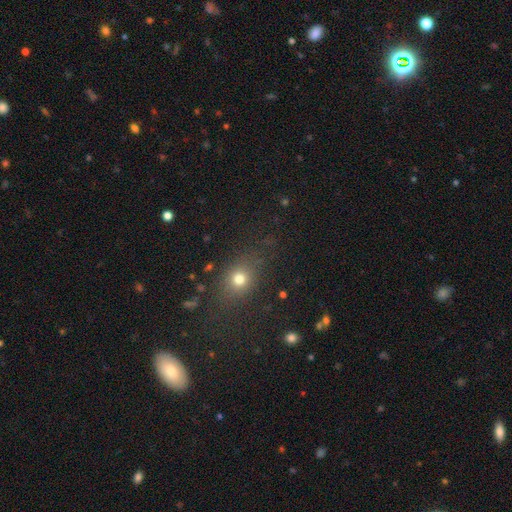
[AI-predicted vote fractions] Q: Smooth or featured?
A: smooth (56%); runner-up: star or artifact (30%)
Q: How rounded?
A: in between (51%); runner-up: round (44%)
Q: Merging?
A: none (79%); runner-up: minor disturbance (13%)